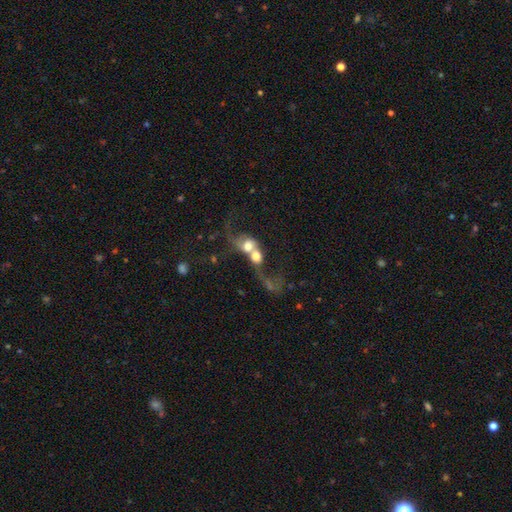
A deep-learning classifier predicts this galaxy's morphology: smooth_or_featured: smooth (p=0.50) [alt: featured or disk p=0.39]
merging: merger (p=0.82) [alt: major disturbance p=0.09]